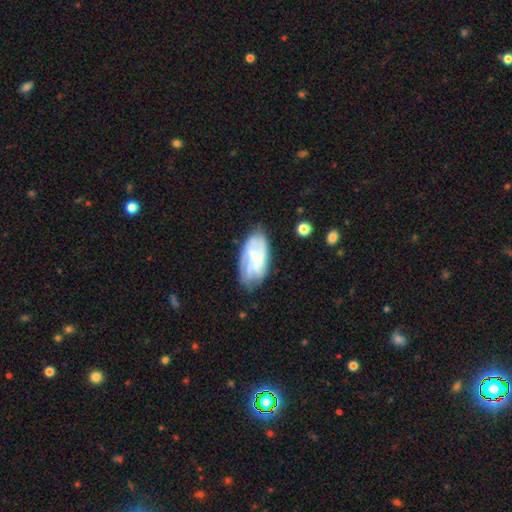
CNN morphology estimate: smooth_or_featured: featured or disk (p=0.60) [alt: smooth p=0.33]
disk_edge_on: no (p=0.94) [alt: yes p=0.06]
bar: weak (p=0.45) [alt: no p=0.37]
has_spiral_arms: yes (p=0.80) [alt: no p=0.20]
bulge_size: small (p=0.54) [alt: moderate p=0.23]
merging: none (p=0.63) [alt: minor disturbance p=0.26]